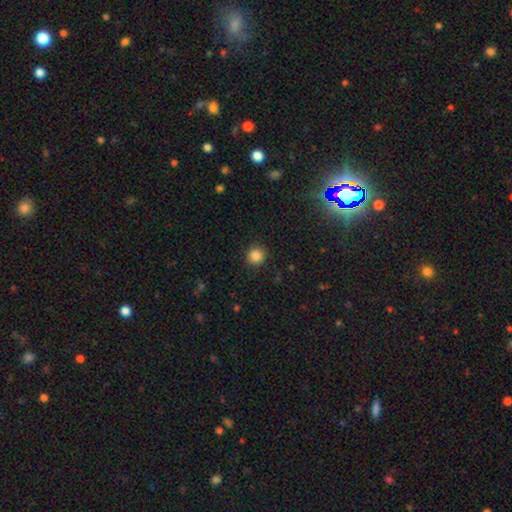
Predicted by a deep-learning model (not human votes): This appears to be a smooth galaxy with no disk features (86%) that is round (93%). Merging: none (90%).